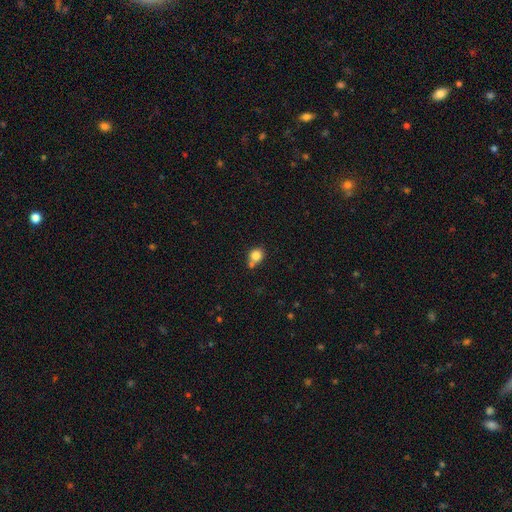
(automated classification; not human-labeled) Smooth or featured? smooth (82%)
How rounded? round (76%)
Merging? none (56%)